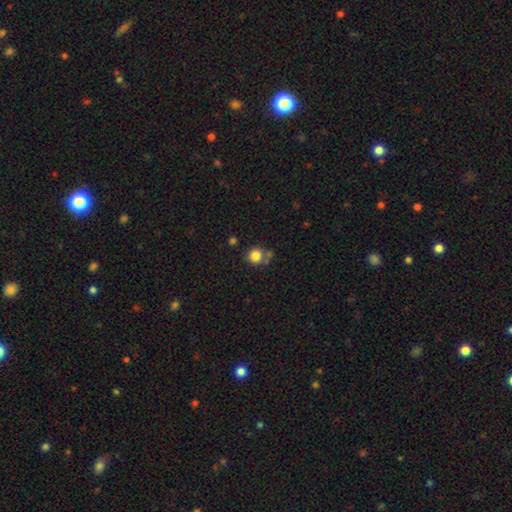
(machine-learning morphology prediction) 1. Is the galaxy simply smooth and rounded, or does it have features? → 83% smooth, 11% star or artifact, 6% featured or disk.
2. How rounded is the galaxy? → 88% round, 11% in between, 1% cigar-shaped.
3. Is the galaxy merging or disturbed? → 65% none, 15% merger, 14% minor disturbance, 5% major disturbance.